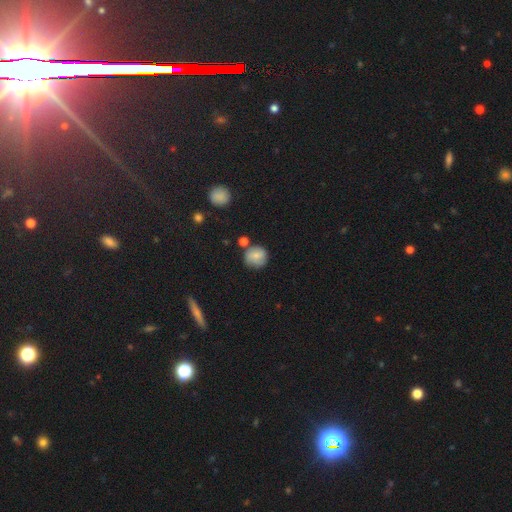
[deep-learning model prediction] smooth_or_featured: smooth (p=0.70) [alt: featured or disk p=0.20]
how_rounded: round (p=0.86) [alt: in between p=0.13]
merging: none (p=0.66) [alt: minor disturbance p=0.19]